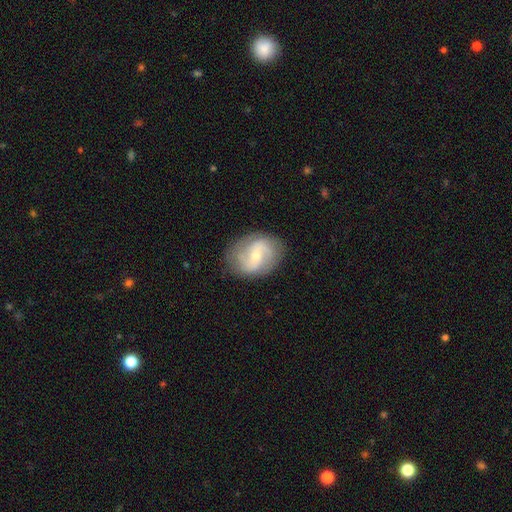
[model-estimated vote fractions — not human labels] A featured or disk galaxy (76%) with a weak bar (44%), 2 (63%) medium (47%) spiral arms (93%) and a small central bulge (61%).

Vote fractions:
- Smooth or featured? featured or disk: 76% / smooth: 17% / star or artifact: 6%
- Edge-on disk? no: 97% / yes: 3%
- Bar? weak: 44% / no: 43% / strong: 13%
- Spiral arms? yes: 93% / no: 7%
- Spiral winding? medium: 47% / tight: 28% / loose: 25%
- Spiral arm count? 2: 63% / 3: 15% / can't tell: 13% / 4: 3% / 1: 3% / more than 4: 3%
- Bulge size? small: 61% / moderate: 35% / large: 2% / none: 1% / dominant: 1%
- Merging? none: 81% / minor disturbance: 13% / major disturbance: 5% / merger: 1%